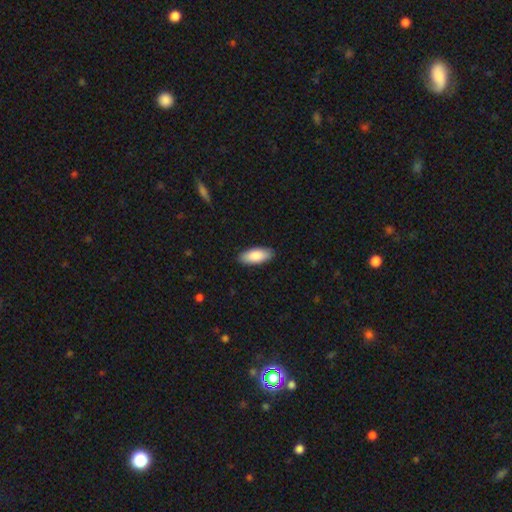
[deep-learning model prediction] Overall: smooth (87%). How rounded: in between (86%). Merging: none (89%).